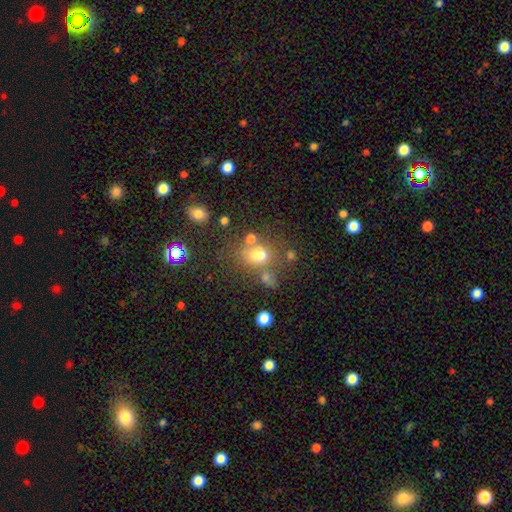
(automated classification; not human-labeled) The model was most divided on "merging": none: 39%, merger: 33%, minor disturbance: 15%, major disturbance: 14%. More confident: smooth or featured — smooth (60%); how rounded — in between (52%).